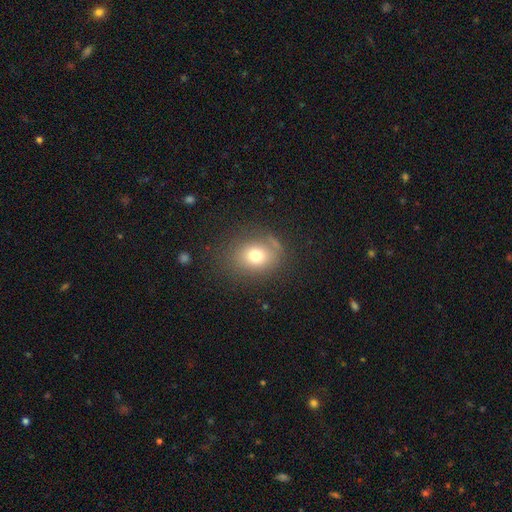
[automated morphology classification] This is likely a smooth galaxy (72%). How rounded: possibly round (56%). Merging: likely none (73%).